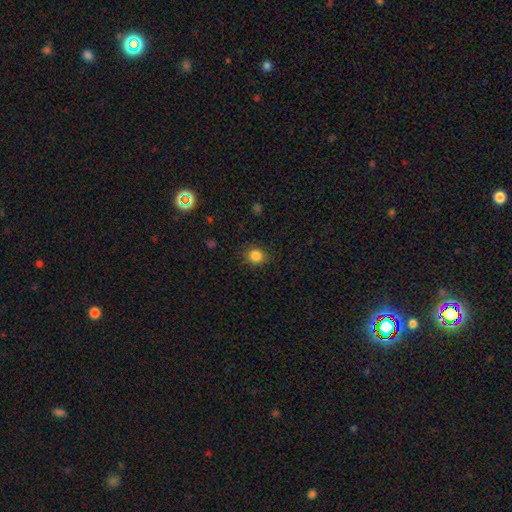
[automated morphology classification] Smooth or featured: smooth — 85% (star or artifact — 11%)
How rounded: round — 81% (in between — 18%)
Merging: none — 87% (minor disturbance — 9%)